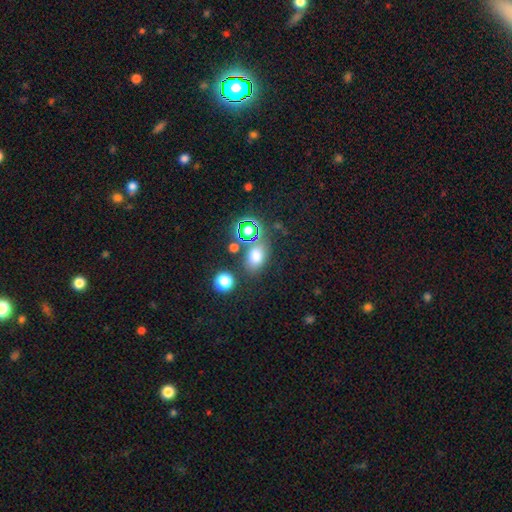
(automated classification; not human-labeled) Smooth or featured? smooth (69%)
How rounded? in between (68%)
Merging? none (73%)